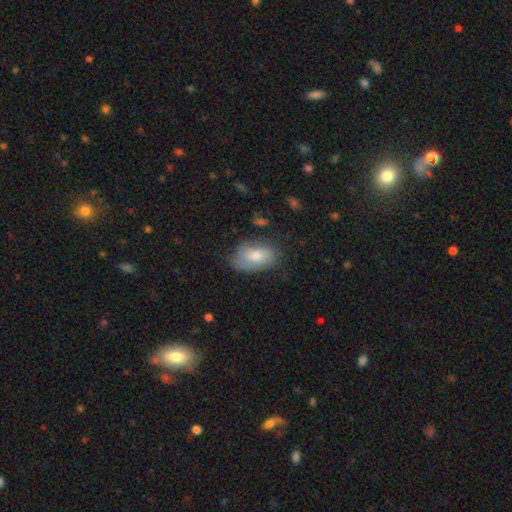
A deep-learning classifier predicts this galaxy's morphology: This appears to be a smooth galaxy with no disk features (70%) that is in between round and cigar-shaped (91%). Merging: none (65%).